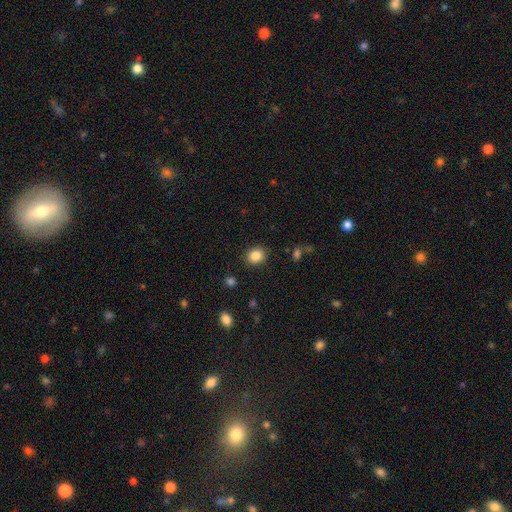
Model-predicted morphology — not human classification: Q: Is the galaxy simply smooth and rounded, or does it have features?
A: smooth — 86%.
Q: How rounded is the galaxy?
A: round — 69%.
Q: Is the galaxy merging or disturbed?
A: none — 88%.